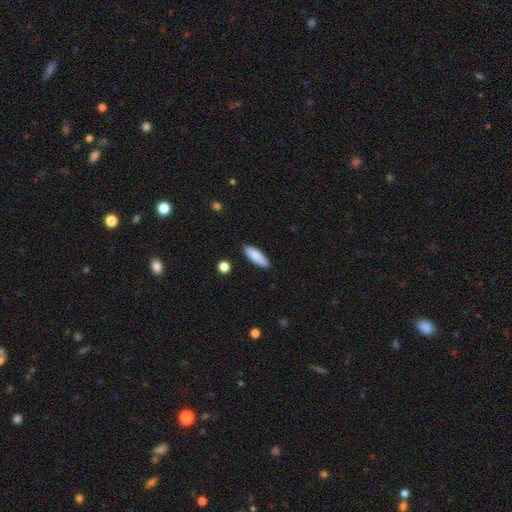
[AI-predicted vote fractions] Smooth or featured? Predicted: smooth (p=0.87). How rounded? Predicted: in between (p=0.59). Merging? Predicted: none (p=0.87).